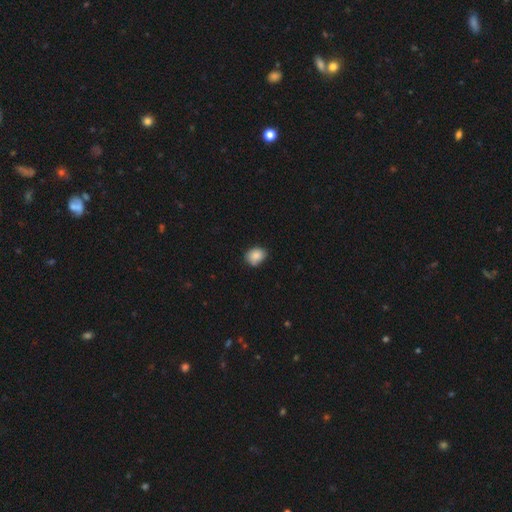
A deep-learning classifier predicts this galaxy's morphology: type=smooth (86%); roundness=round (53%); merging=none (74%).